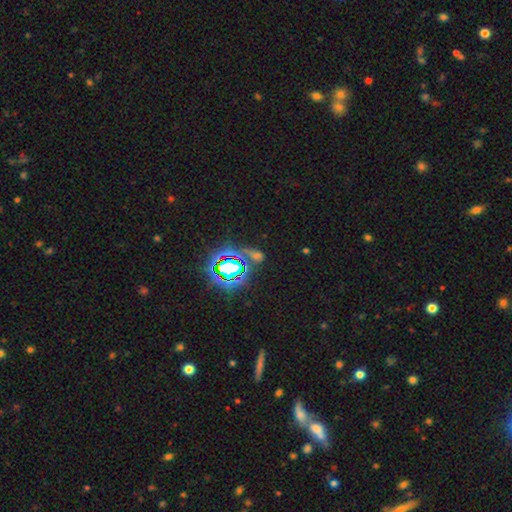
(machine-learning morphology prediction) A star or artifact, not a galaxy (63%).

Vote fractions:
- Smooth or featured? star or artifact: 63% / smooth: 26% / featured or disk: 11%